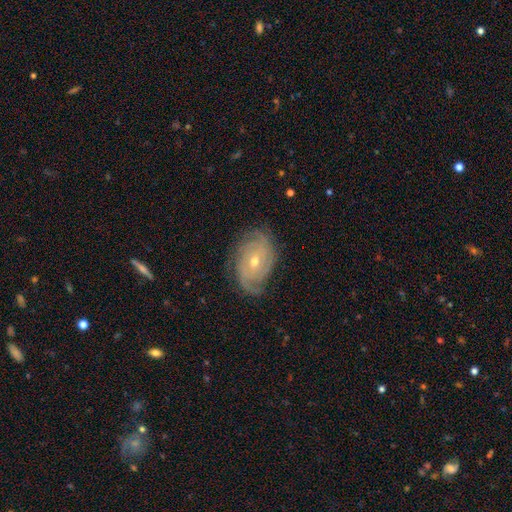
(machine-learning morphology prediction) A featured or disk galaxy (74%) with no bar (73%), tight (64%) spiral arms (93%) and a small central bulge (53%).

Vote fractions:
- Smooth or featured? featured or disk: 74% / smooth: 14% / star or artifact: 12%
- Edge-on disk? no: 95% / yes: 5%
- Bar? no: 73% / weak: 22% / strong: 5%
- Spiral arms? yes: 93% / no: 7%
- Spiral winding? tight: 64% / medium: 27% / loose: 9%
- Spiral arm count? can't tell: 32% / 2: 24% / 3: 22% / 4: 10% / 1: 6% / more than 4: 6%
- Bulge size? small: 53% / moderate: 44% / large: 1% / none: 1% / dominant: 1%
- Merging? none: 78% / minor disturbance: 16% / major disturbance: 5% / merger: 1%